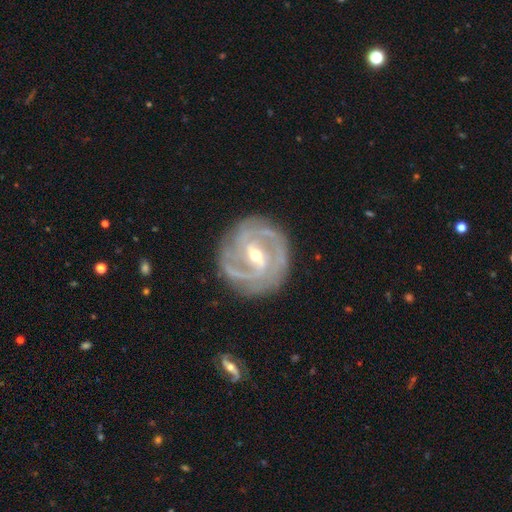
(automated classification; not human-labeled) Smooth or featured? featured or disk (91%)
Edge-on disk? no (97%)
Bar? weak (45%)
Spiral arms? yes (98%)
Spiral winding? tight (58%)
Spiral arm count? 2 (36%)
Bulge size? moderate (51%)
Merging? none (82%)